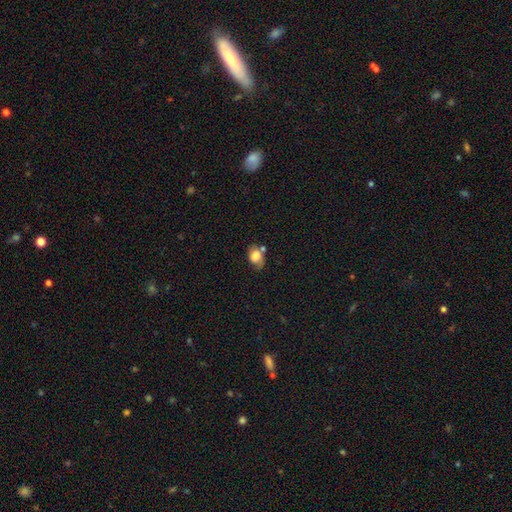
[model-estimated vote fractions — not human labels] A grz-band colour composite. It shows a smooth galaxy with no disk features (74%) that is in between round and cigar-shaped (64%). Merging: none (42%).